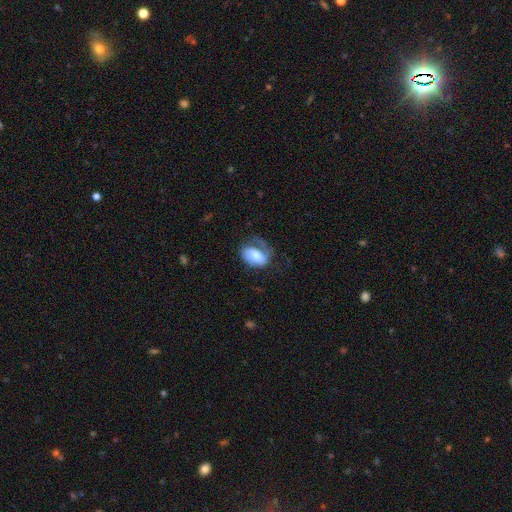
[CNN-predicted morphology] A smooth galaxy with no disk features (50%).

Vote fractions:
- Smooth or featured? smooth: 50% / featured or disk: 44% / star or artifact: 7%
- Merging? none: 41% / major disturbance: 31% / minor disturbance: 26% / merger: 2%